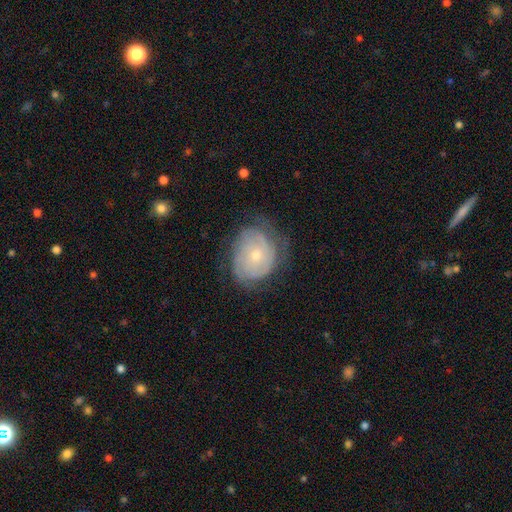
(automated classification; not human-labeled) A featured or disk galaxy (69%) with no bar (81%), tight (68%) spiral arms (86%) and a small central bulge (67%). Merging: none (61%).